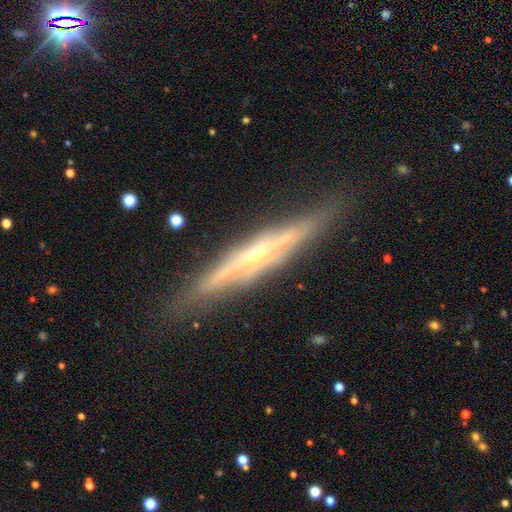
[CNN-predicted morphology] A featured or disk galaxy (81%) viewed edge-on (95%) with a rounded central bulge (69%). Merging: none (85%).